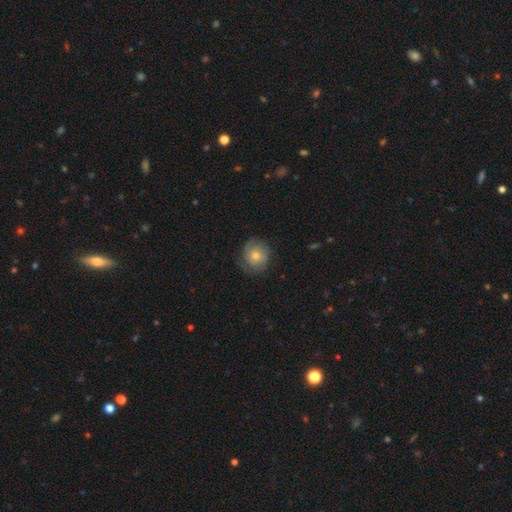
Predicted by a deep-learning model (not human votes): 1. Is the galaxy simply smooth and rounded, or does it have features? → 48% featured or disk, 41% smooth, 10% star or artifact.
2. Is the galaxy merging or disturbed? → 78% none, 15% minor disturbance, 6% major disturbance, 1% merger.